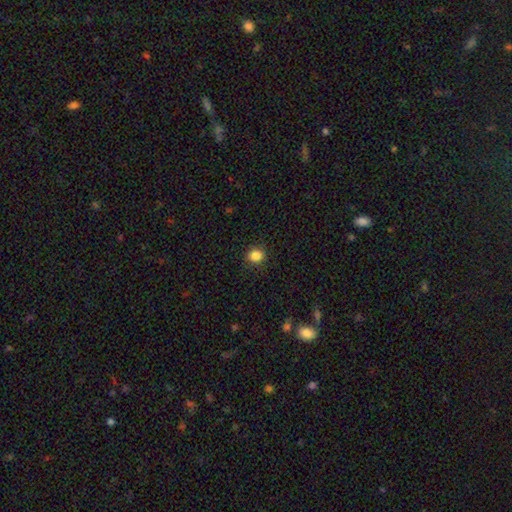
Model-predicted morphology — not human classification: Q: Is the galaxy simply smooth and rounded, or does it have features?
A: smooth — 86%.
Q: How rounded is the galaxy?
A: round — 69%.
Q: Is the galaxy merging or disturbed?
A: none — 88%.